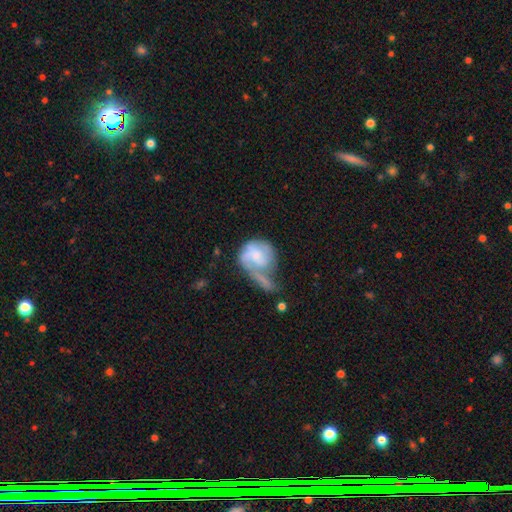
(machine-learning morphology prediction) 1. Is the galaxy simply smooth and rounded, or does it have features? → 57% featured or disk, 37% smooth, 7% star or artifact.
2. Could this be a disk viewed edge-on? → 97% no, 3% yes.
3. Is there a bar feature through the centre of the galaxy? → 67% no, 28% weak, 5% strong.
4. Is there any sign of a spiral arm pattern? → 78% yes, 22% no.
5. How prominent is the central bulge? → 39% small, 28% moderate, 23% none, 7% large, 2% dominant.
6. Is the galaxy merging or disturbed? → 41% major disturbance, 22% none, 20% minor disturbance, 18% merger.